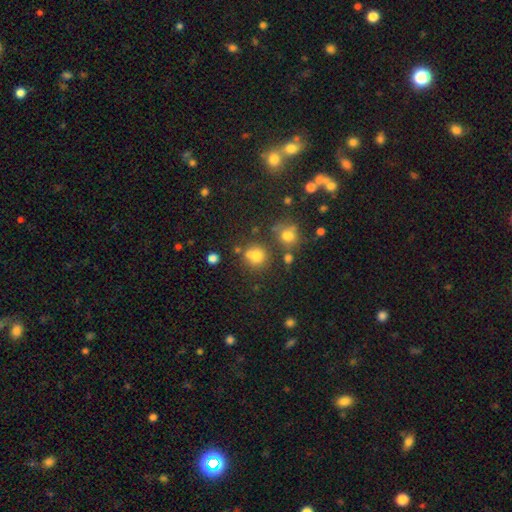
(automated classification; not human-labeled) Q: Smooth or featured?
A: smooth (74%); runner-up: star or artifact (18%)
Q: How rounded?
A: round (84%); runner-up: in between (14%)
Q: Merging?
A: none (61%); runner-up: merger (21%)